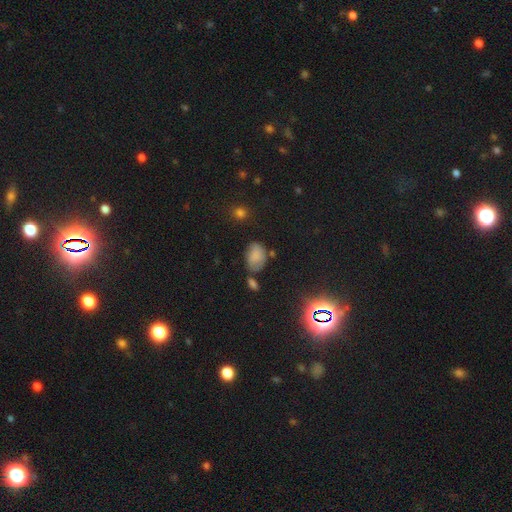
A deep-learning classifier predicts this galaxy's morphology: Overall: smooth (72%). How rounded: in between (83%). Merging: none (55%; minor disturbance 26%).